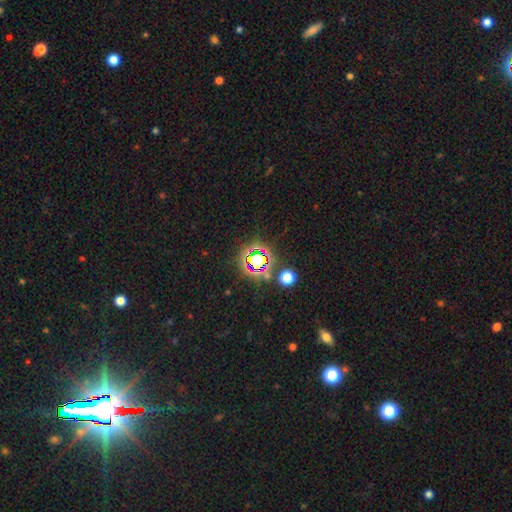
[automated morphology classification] smooth_or_featured: star or artifact (p=0.71) [alt: smooth p=0.19]